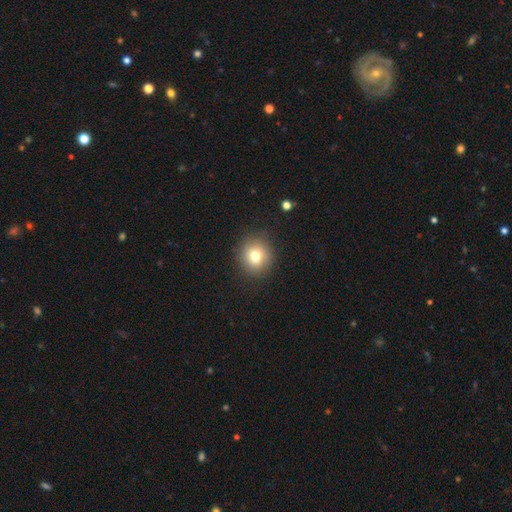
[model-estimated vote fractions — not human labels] Smooth or featured? smooth (77%)
How rounded? round (86%)
Merging? none (88%)